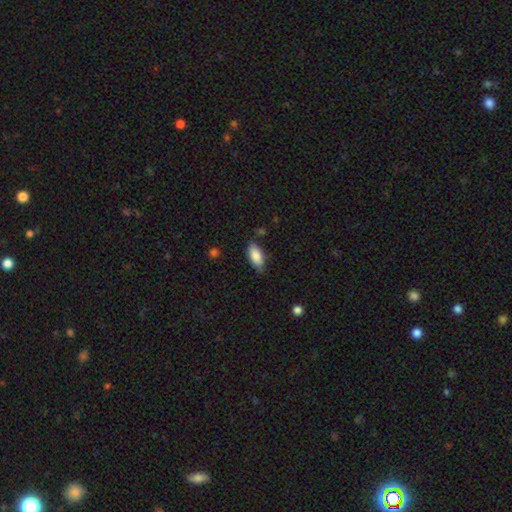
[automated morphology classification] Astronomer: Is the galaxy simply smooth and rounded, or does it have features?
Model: smooth — 85%.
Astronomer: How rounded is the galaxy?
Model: in between — 89%.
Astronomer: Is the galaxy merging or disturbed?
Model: none — 74%.